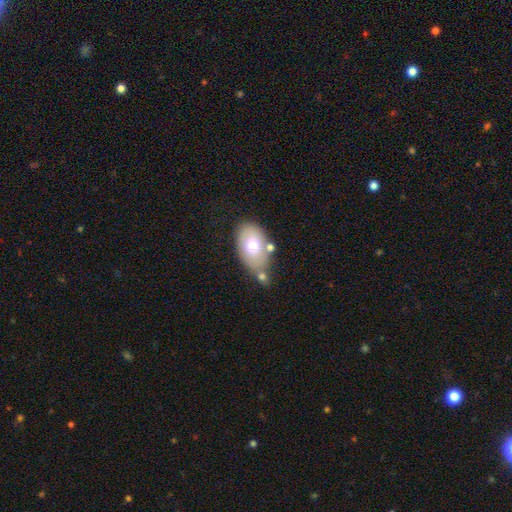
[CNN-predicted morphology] Smooth or featured?
  - smooth: 67% *
  - featured or disk: 25%
  - star or artifact: 8%
How rounded?
  - in between: 86% *
  - round: 13%
  - cigar-shaped: 1%
Merging?
  - none: 57% *
  - minor disturbance: 19%
  - merger: 18%
  - major disturbance: 6%